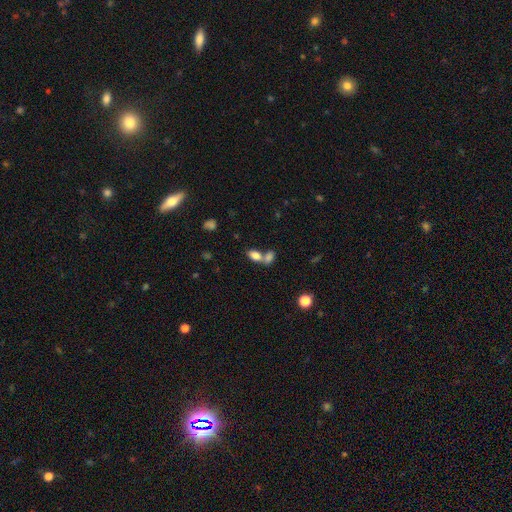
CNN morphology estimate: Q: Smooth or featured?
A: smooth (81%); runner-up: star or artifact (10%)
Q: How rounded?
A: in between (88%); runner-up: round (8%)
Q: Merging?
A: merger (54%); runner-up: none (34%)